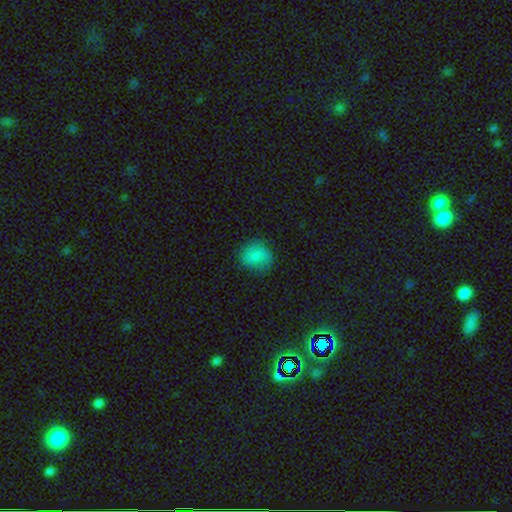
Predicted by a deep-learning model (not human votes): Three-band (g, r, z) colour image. It shows a smooth galaxy with no disk features (83%) that is round (77%). Merging: none (78%).